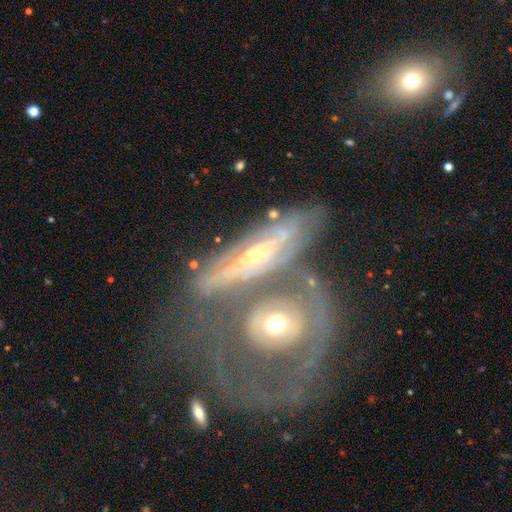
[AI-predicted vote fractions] Smooth or featured: featured or disk — 75% (smooth — 18%)
Edge-on disk: no — 67% (yes — 33%)
Bar: no — 74% (weak — 16%)
Spiral arms: yes — 56% (no — 44%)
Bulge size: small — 52% (moderate — 42%)
Merging: none — 37% (tied with merger — 37%)